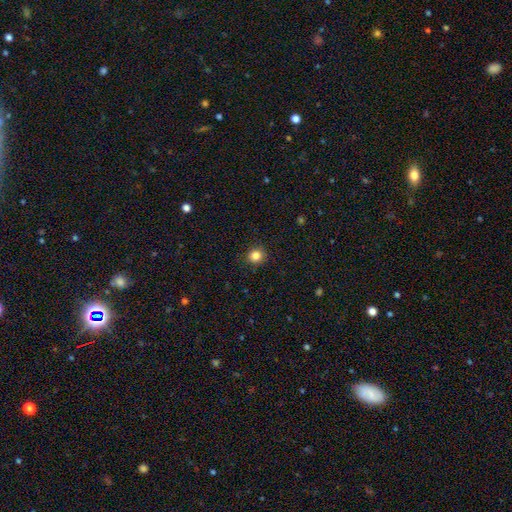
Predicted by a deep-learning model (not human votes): The model was most divided on "smooth or featured": smooth: 84%, star or artifact: 12%, featured or disk: 4%. More confident: how rounded — round (92%); merging — none (91%).